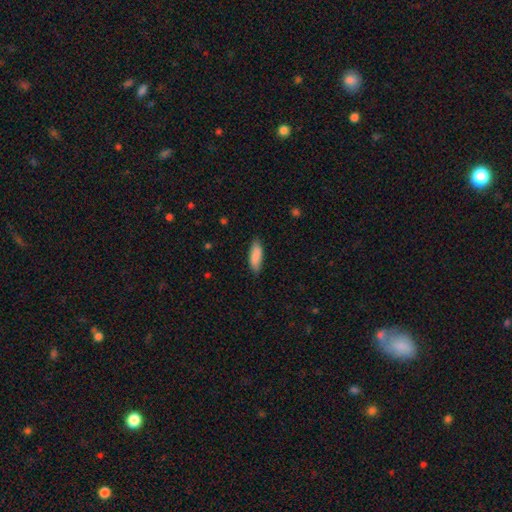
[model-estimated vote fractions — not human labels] smooth 88%, star or artifact 6%, featured or disk 6%. Down the decision tree: how rounded — in between (66%); merging — none (82%).